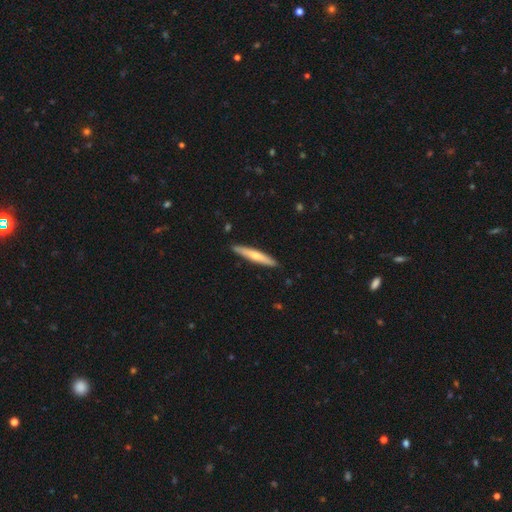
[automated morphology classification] Q: Smooth or featured?
A: smooth (56%); runner-up: featured or disk (39%)
Q: How rounded?
A: cigar-shaped (93%); runner-up: in between (6%)
Q: Merging?
A: none (90%); runner-up: minor disturbance (8%)